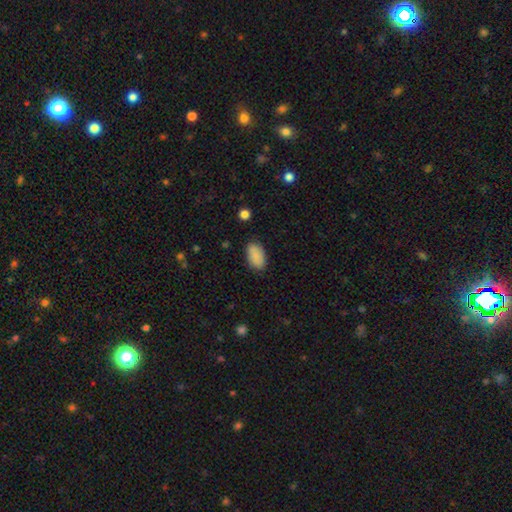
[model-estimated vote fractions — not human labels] Q: Smooth or featured?
A: smooth (88%); runner-up: star or artifact (7%)
Q: How rounded?
A: in between (94%); runner-up: round (4%)
Q: Merging?
A: none (83%); runner-up: minor disturbance (13%)